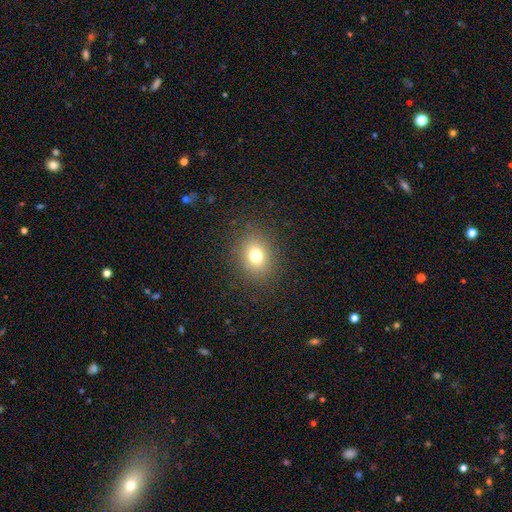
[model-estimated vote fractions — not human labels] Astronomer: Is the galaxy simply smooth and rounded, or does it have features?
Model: smooth — 75%.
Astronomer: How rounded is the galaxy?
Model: round — 57% (runner-up: in between, 42%).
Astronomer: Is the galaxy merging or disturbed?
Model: none — 87%.